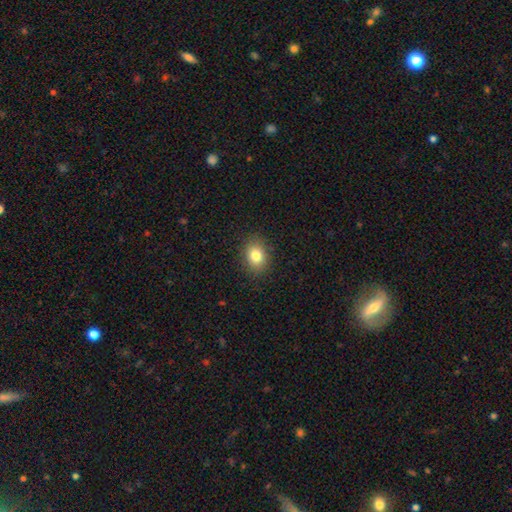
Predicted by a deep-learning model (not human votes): Morphology: type=smooth (81%); roundness=in between (56%); merging=none (88%).